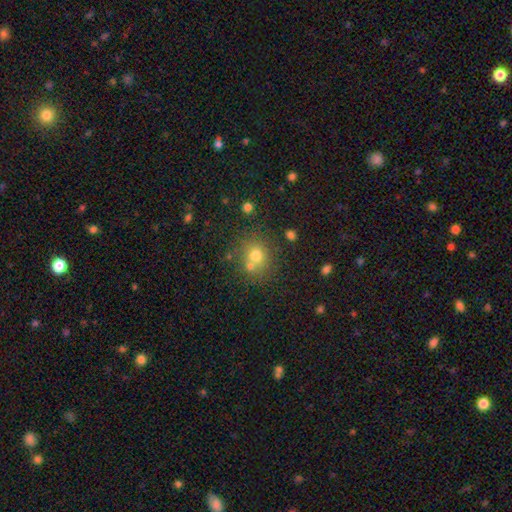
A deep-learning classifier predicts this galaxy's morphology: Smooth or featured?
  - smooth: 71% *
  - star or artifact: 16%
  - featured or disk: 13%
How rounded?
  - round: 84% *
  - in between: 15%
  - cigar-shaped: 1%
Merging?
  - none: 63% *
  - merger: 23%
  - minor disturbance: 10%
  - major disturbance: 4%